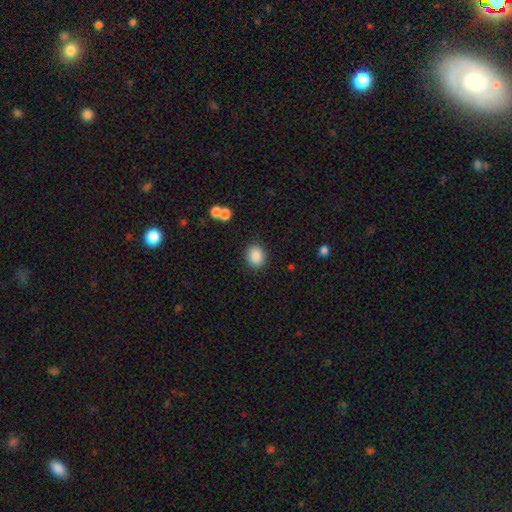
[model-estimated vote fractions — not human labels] Morphology: type=smooth (88%); roundness=round (69%); merging=none (87%).